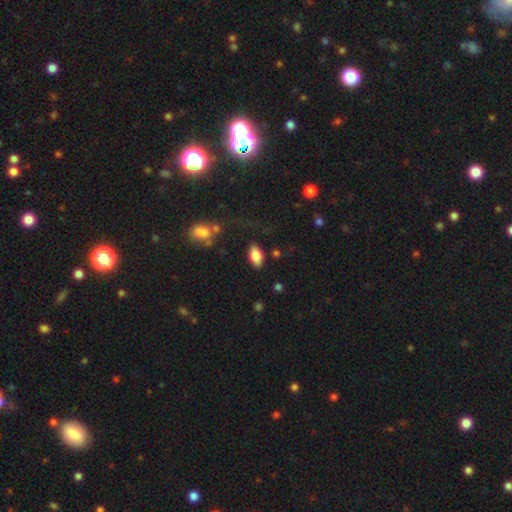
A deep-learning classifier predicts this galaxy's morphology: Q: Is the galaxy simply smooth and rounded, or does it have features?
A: smooth — 85%.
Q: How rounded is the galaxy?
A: in between — 93%.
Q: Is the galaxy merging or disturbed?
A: none — 81%.